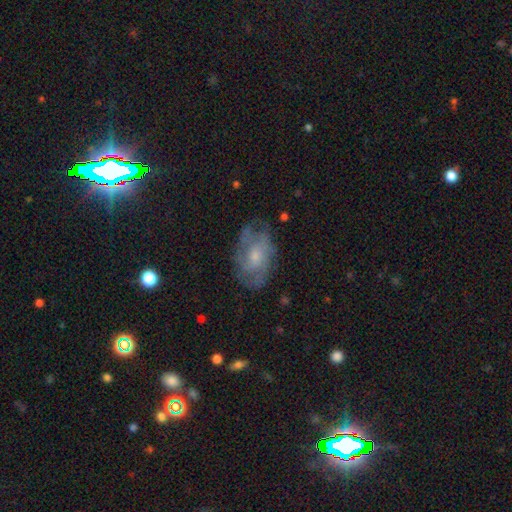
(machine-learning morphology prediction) smooth_or_featured: featured or disk (p=0.67) [alt: smooth p=0.25]
disk_edge_on: no (p=0.96) [alt: yes p=0.04]
bar: no (p=0.74) [alt: weak p=0.23]
has_spiral_arms: yes (p=0.81) [alt: no p=0.19]
spiral_winding: tight (p=0.42) [tied with: medium p=0.42]
spiral_arm_count: can't tell (p=0.44) [alt: 2 p=0.20]
bulge_size: small (p=0.51) [alt: moderate p=0.40]
merging: none (p=0.66) [alt: minor disturbance p=0.22]